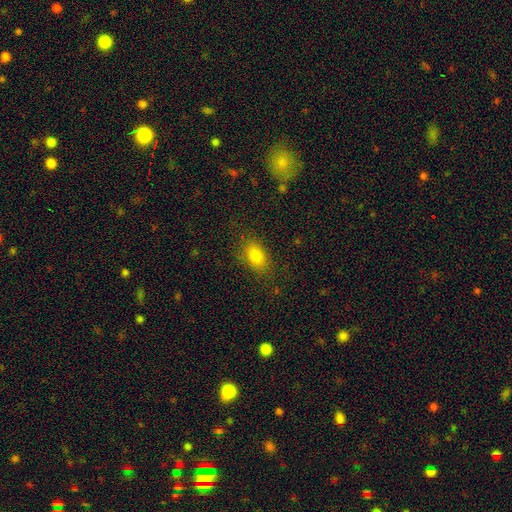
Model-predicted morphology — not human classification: Smooth or featured? smooth (81%)
How rounded? in between (84%)
Merging? none (82%)